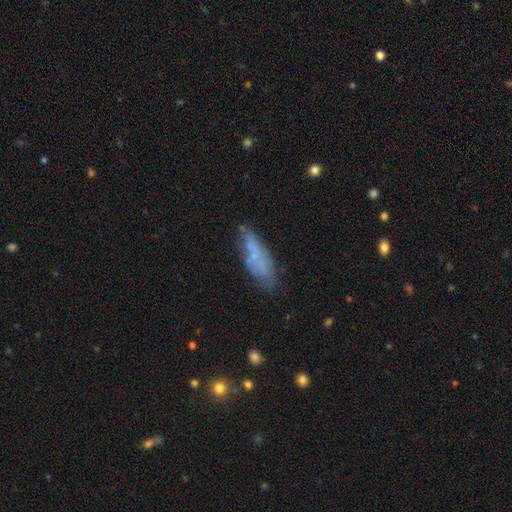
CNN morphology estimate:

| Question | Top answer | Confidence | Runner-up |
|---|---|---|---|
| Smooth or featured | smooth | 50% | featured or disk (39%) |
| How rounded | in between | 54% | cigar-shaped (43%) |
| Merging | none | 57% | minor disturbance (25%) |